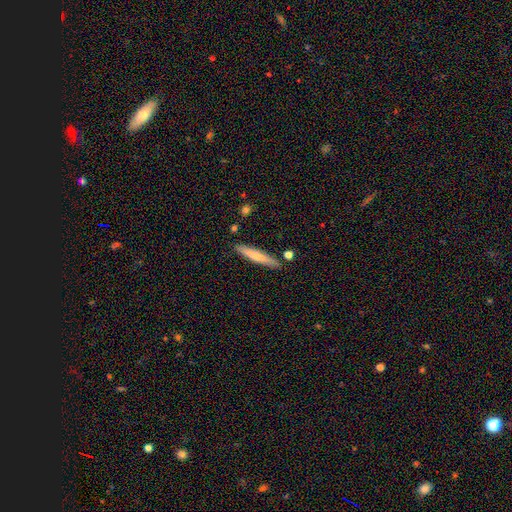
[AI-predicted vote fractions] This is likely a smooth galaxy (64%). How rounded: clearly cigar-shaped (93%). Merging: clearly none (86%).